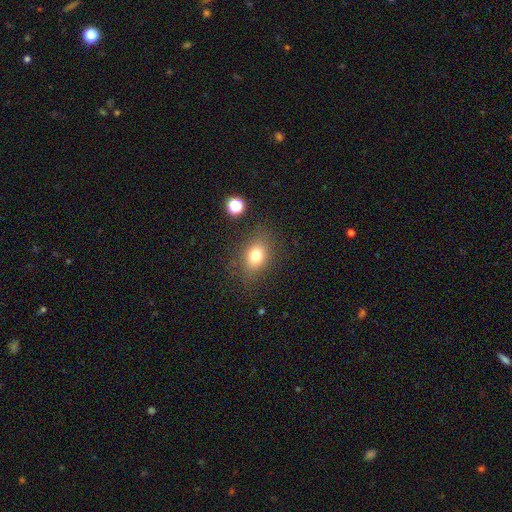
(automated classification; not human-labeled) A smooth galaxy with no disk features (75%) that is in between round and cigar-shaped (66%).

Vote fractions:
- Smooth or featured? smooth: 75% / star or artifact: 13% / featured or disk: 12%
- How rounded? in between: 66% / round: 33% / cigar-shaped: 2%
- Merging? none: 80% / minor disturbance: 13% / major disturbance: 5% / merger: 2%